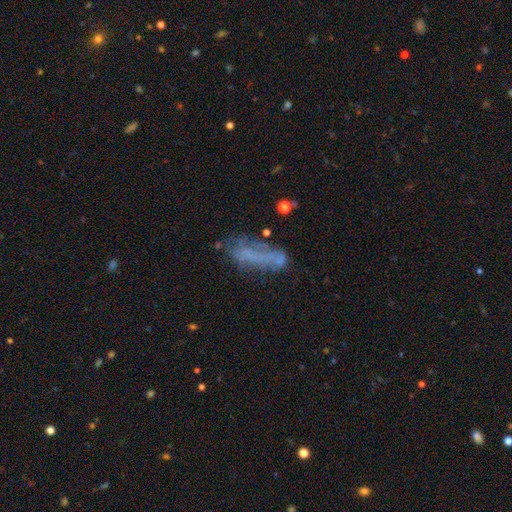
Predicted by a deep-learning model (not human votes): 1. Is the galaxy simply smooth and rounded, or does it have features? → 46% smooth, 39% featured or disk, 15% star or artifact.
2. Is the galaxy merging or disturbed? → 48% none, 25% minor disturbance, 19% major disturbance, 8% merger.